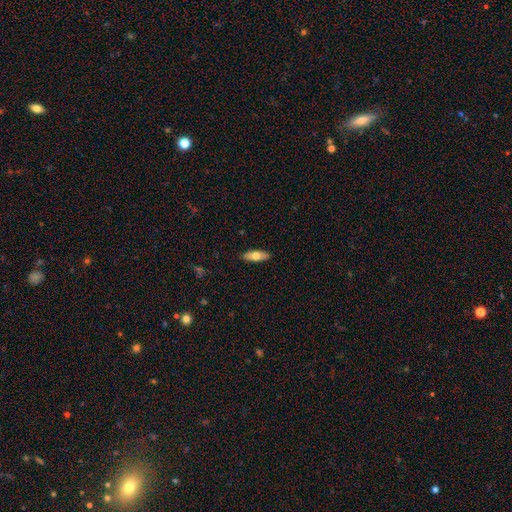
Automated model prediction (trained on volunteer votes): This appears to be a smooth galaxy with no disk features (69%) that is in between round and cigar-shaped (68%). Merging: none (89%).